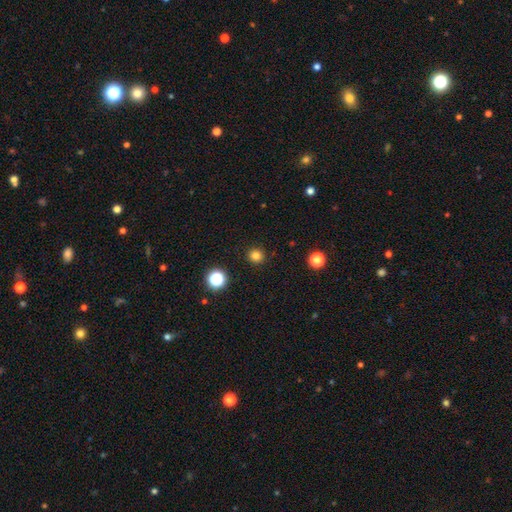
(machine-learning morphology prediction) type=smooth (81%); roundness=round (93%); merging=none (92%).